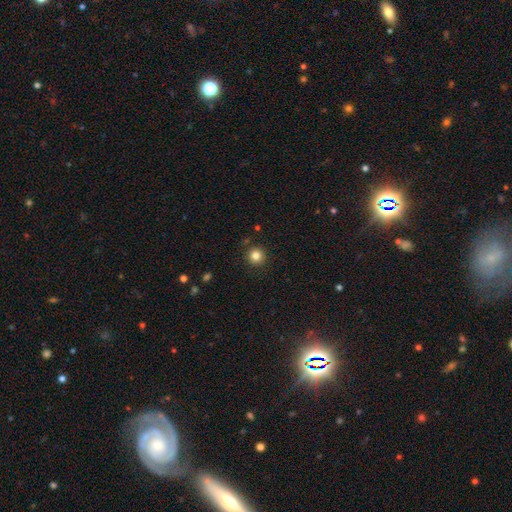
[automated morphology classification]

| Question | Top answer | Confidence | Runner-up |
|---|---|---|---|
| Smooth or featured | smooth | 83% | star or artifact (12%) |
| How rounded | round | 95% | in between (4%) |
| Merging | none | 91% | minor disturbance (6%) |